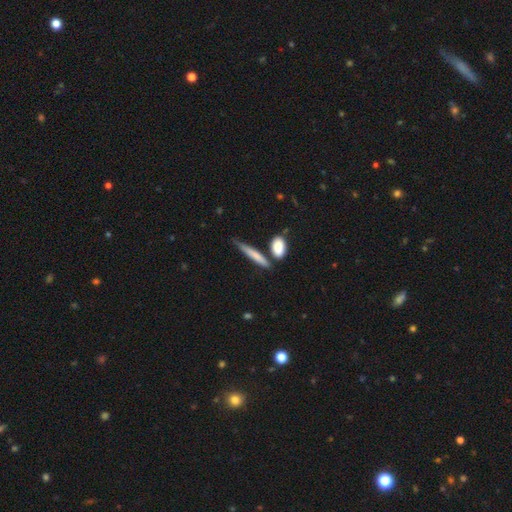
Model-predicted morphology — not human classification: Smooth or featured?
  - smooth: 75% *
  - featured or disk: 19%
  - star or artifact: 6%
How rounded?
  - cigar-shaped: 81% *
  - in between: 15%
  - round: 4%
Merging?
  - none: 62% *
  - minor disturbance: 21%
  - merger: 11%
  - major disturbance: 6%